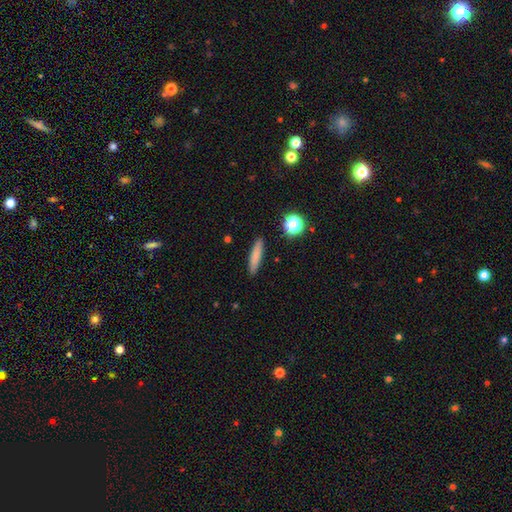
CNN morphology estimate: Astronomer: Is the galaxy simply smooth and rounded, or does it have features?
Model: smooth — 79%.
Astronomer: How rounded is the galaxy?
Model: cigar-shaped — 84%.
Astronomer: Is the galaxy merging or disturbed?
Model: none — 90%.